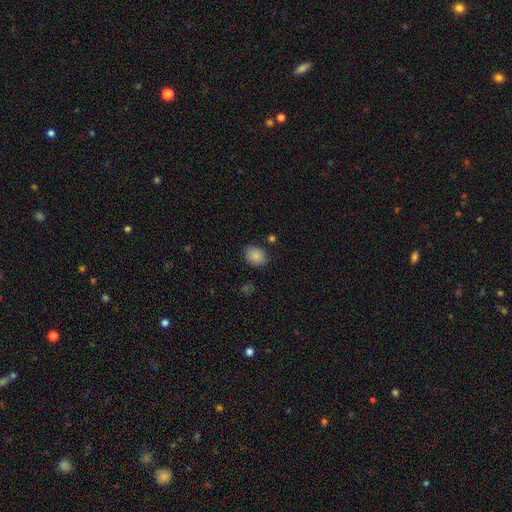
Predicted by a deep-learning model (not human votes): Overall: smooth (85%). How rounded: in between (59%; round 41%). Merging: none (78%).